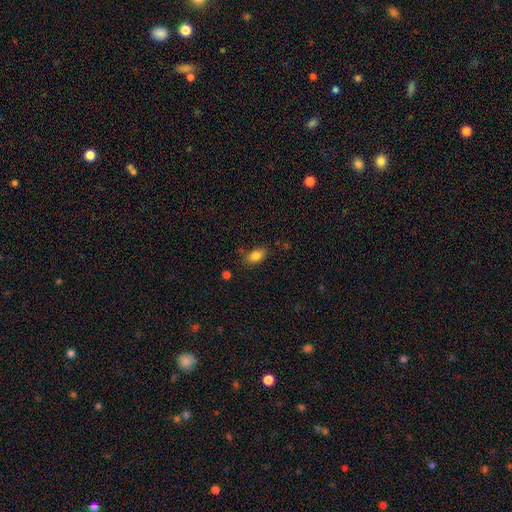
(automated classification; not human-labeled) Overall: smooth (85%). How rounded: in between (87%). Merging: none (77%).